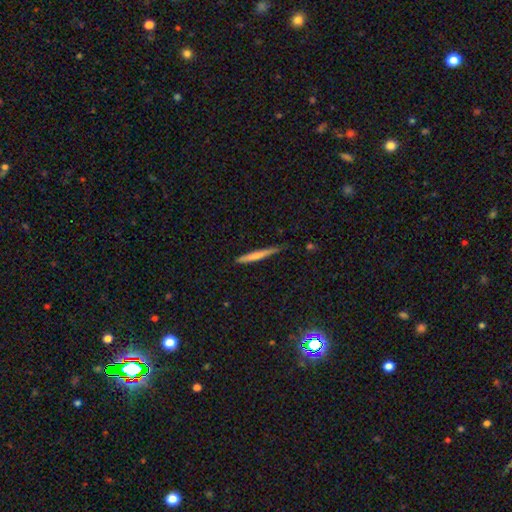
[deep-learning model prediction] smooth_or_featured: smooth (p=0.66) [alt: featured or disk p=0.28]
how_rounded: cigar-shaped (p=0.95) [alt: in between p=0.04]
merging: none (p=0.74) [alt: minor disturbance p=0.21]